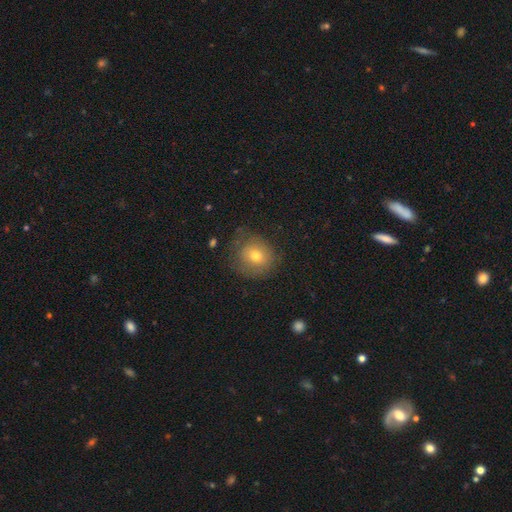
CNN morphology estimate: Overall: smooth (68%). How rounded: round (83%). Merging: none (68%).